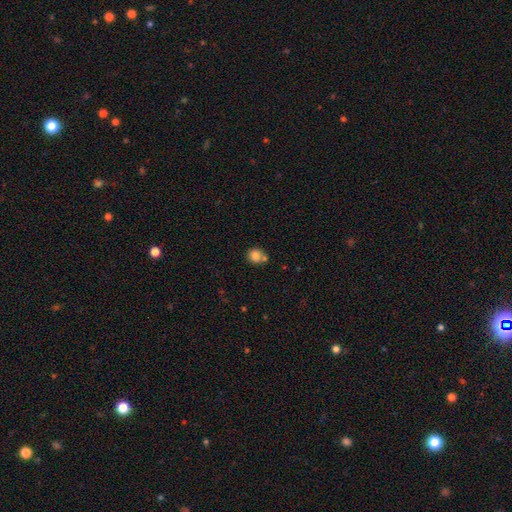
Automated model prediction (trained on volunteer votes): A smooth galaxy with no disk features (83%) that is round (80%). Merging: none (56%).